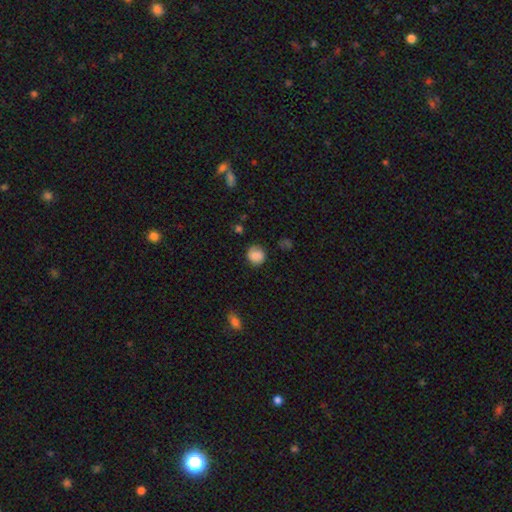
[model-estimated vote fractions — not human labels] Smooth or featured? Predicted: smooth (p=0.79). How rounded? Predicted: round (p=0.84). Merging? Predicted: none (p=0.76).